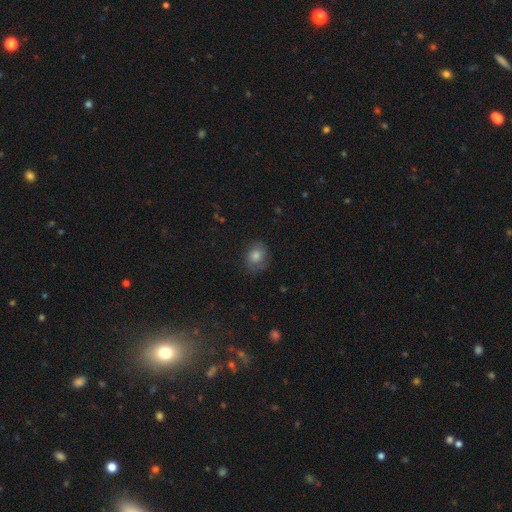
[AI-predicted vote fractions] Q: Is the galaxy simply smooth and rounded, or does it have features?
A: smooth — 59%.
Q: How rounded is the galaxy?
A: in between — 50%.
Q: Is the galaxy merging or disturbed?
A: none — 69%.